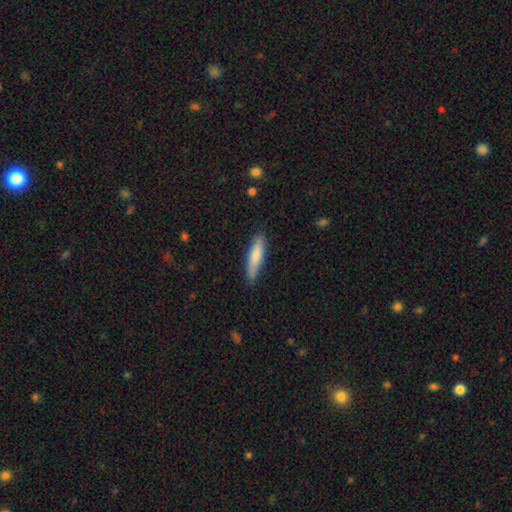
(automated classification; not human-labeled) Smooth or featured: smooth — 77% (featured or disk — 17%)
How rounded: cigar-shaped — 79% (in between — 19%)
Merging: none — 82% (minor disturbance — 14%)